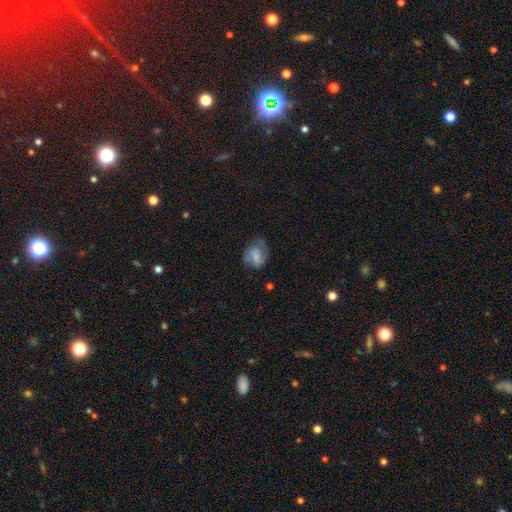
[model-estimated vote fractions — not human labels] smooth-or-featured: smooth: 55% | featured or disk: 37% | star or artifact: 9%
  how-rounded: in between: 65% | round: 33% | cigar-shaped: 2%
  merging: none: 45% | minor disturbance: 31% | major disturbance: 21% | merger: 3%